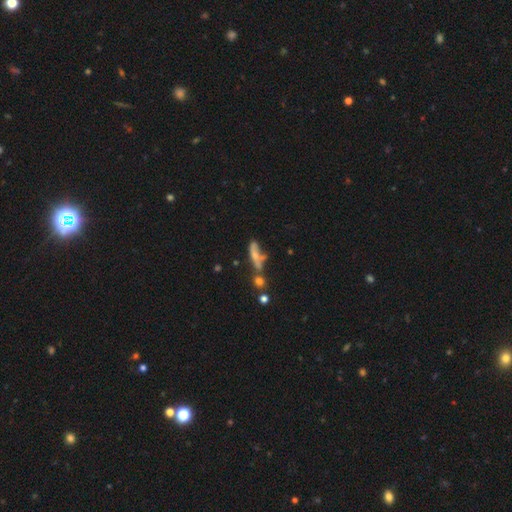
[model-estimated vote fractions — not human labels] smooth 51%, featured or disk 38%, star or artifact 11%. Down the decision tree: how rounded — cigar-shaped (64%); merging — none (38%).